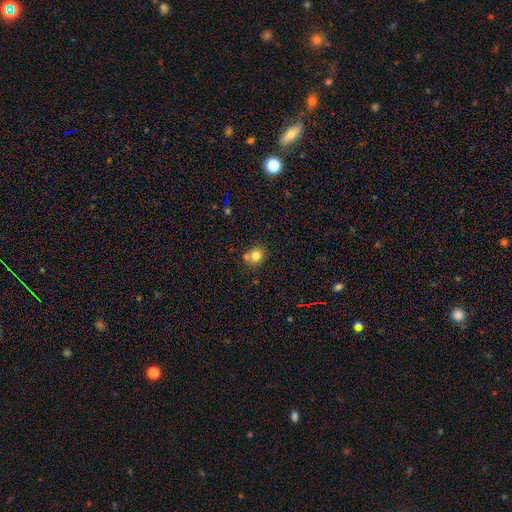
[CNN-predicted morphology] Smooth or featured? Predicted: smooth (p=0.78). How rounded? Predicted: round (p=0.76). Merging? Predicted: none (p=0.64).